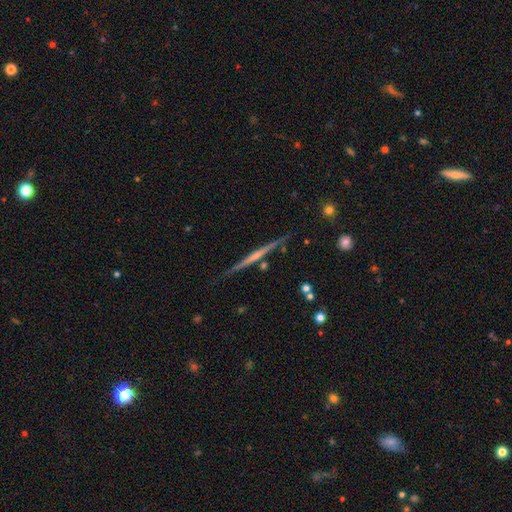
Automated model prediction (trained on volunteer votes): Smooth or featured?
  - featured or disk: 71% *
  - smooth: 19%
  - star or artifact: 10%
Edge-on disk?
  - yes: 97% *
  - no: 3%
Edge-on bulge?
  - rounded: 46% *
  - none: 45%
  - boxy: 10%
Merging?
  - none: 86% *
  - minor disturbance: 9%
  - merger: 2%
  - major disturbance: 2%